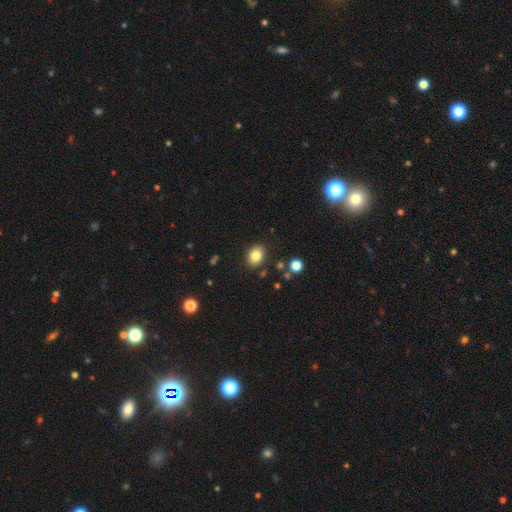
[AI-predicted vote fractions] Smooth or featured? Predicted: smooth (p=0.82). How rounded? Predicted: in between (p=0.60). Merging? Predicted: none (p=0.87).